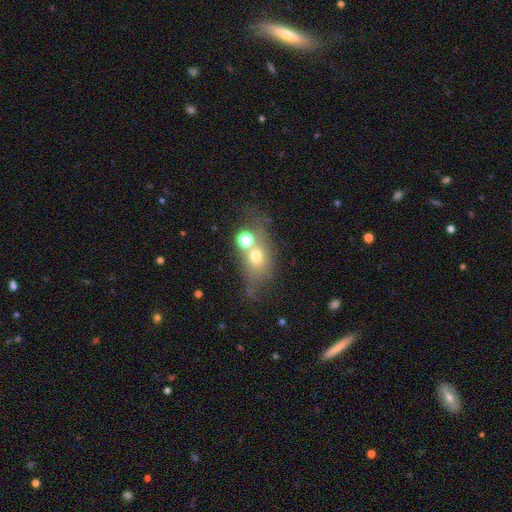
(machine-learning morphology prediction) A smooth galaxy with no disk features (60%) that is in between round and cigar-shaped (55%).

Vote fractions:
- Smooth or featured? smooth: 60% / featured or disk: 24% / star or artifact: 16%
- How rounded? in between: 55% / round: 41% / cigar-shaped: 4%
- Merging? none: 40% / merger: 35% / minor disturbance: 14% / major disturbance: 11%